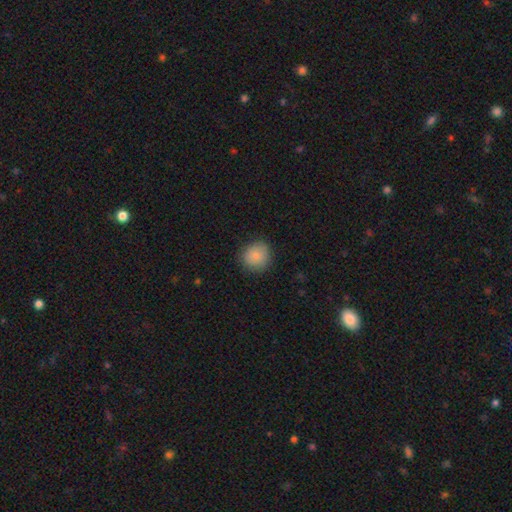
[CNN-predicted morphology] type=smooth (86%); roundness=round (89%); merging=none (86%).